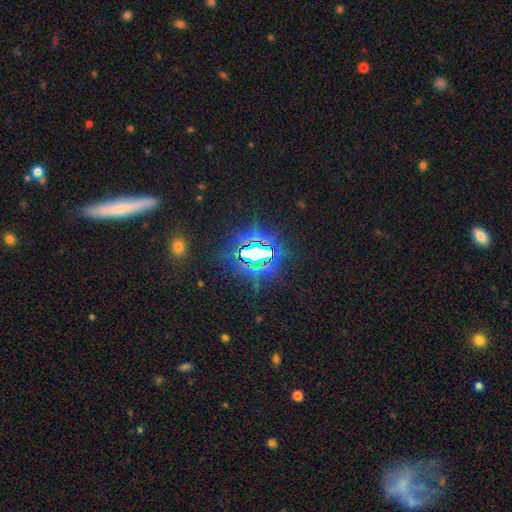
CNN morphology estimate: Smooth or featured? Predicted: star or artifact (p=0.79).